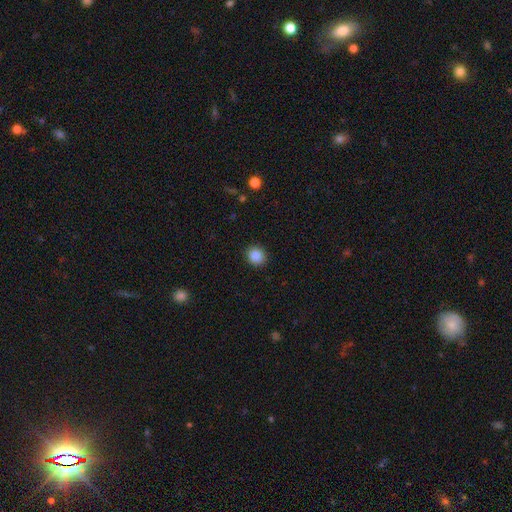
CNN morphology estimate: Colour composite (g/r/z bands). It shows a smooth galaxy with no disk features (87%) that is round (86%). Merging: none (92%).